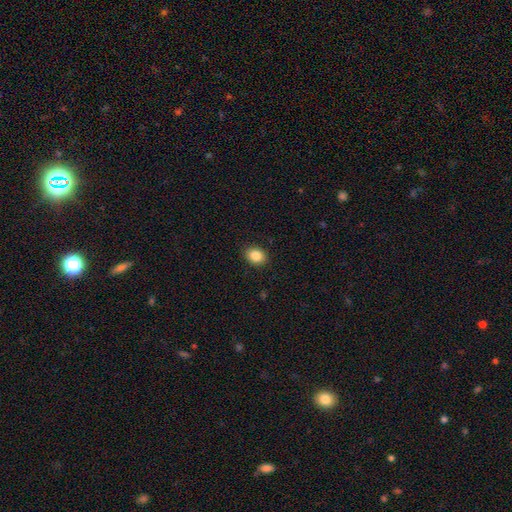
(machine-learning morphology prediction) A smooth galaxy with no disk features (86%) that is in between round and cigar-shaped (56%). Merging: none (90%).